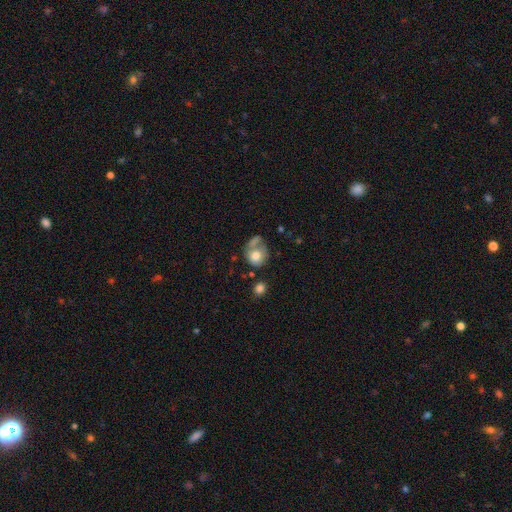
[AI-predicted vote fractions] A smooth galaxy with no disk features (72%) that is round (67%). Merging: none (36%).